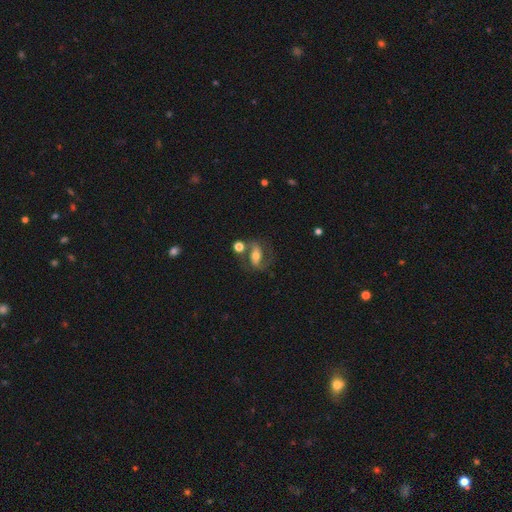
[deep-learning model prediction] Smooth or featured? featured or disk (67%)
Edge-on disk? no (94%)
Bar? strong (39%)
Spiral arms? yes (85%)
Spiral winding? medium (49%)
Spiral arm count? 2 (86%)
Bulge size? moderate (64%)
Merging? none (55%)